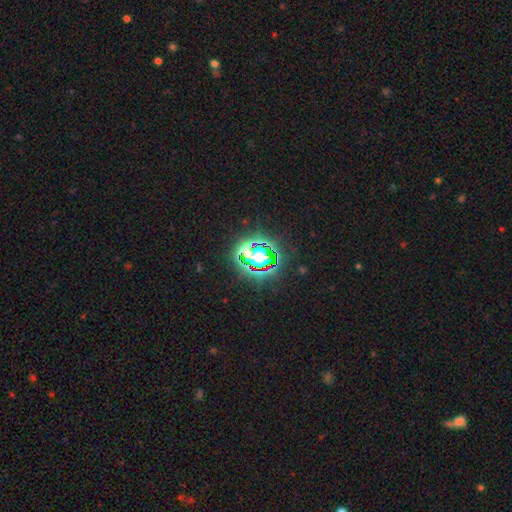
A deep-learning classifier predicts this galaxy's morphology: smooth-or-featured: star or artifact: 71% | smooth: 17% | featured or disk: 12%